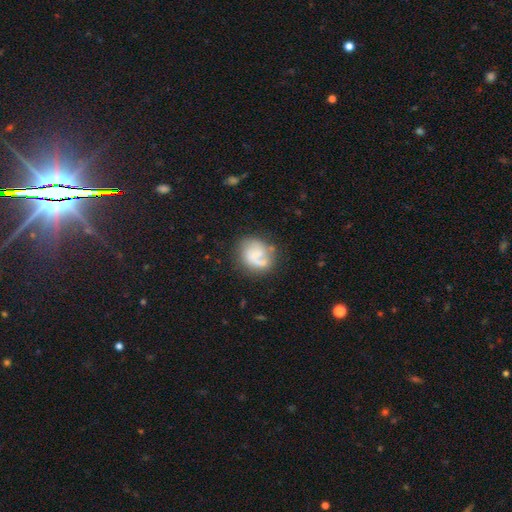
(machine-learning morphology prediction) The model was most divided on "bulge size": small: 36%, none: 35%, moderate: 21%, large: 6%, dominant: 2%. Remaining: edge-on disk — no (97%); spiral arms — yes (71%); merging — none (55%); smooth or featured — featured or disk (52%); bar — no (48%).